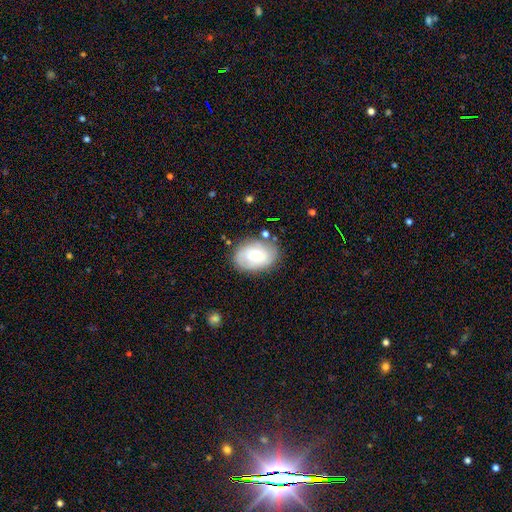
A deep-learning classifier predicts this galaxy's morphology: Smooth or featured? Predicted: smooth (p=0.60). How rounded? Predicted: in between (p=0.79). Merging? Predicted: none (p=0.73).